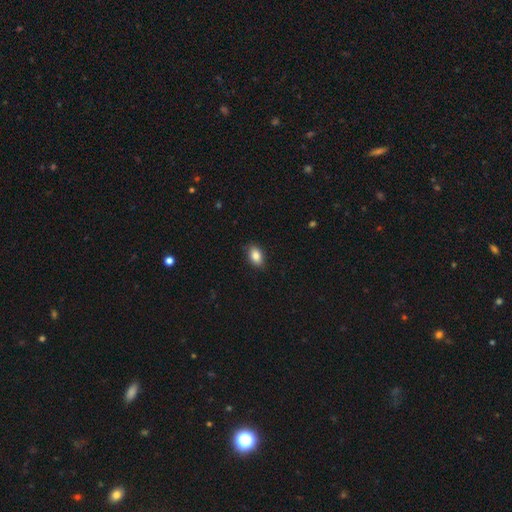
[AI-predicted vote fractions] Morphology: type=smooth (86%); roundness=in between (88%); merging=none (86%).